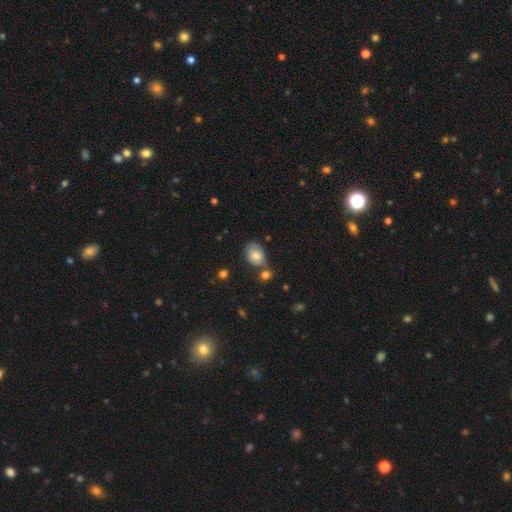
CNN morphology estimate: smooth_or_featured: smooth (p=0.78) [alt: featured or disk p=0.13]
how_rounded: in between (p=0.72) [alt: round p=0.27]
merging: none (p=0.55) [alt: minor disturbance p=0.22]